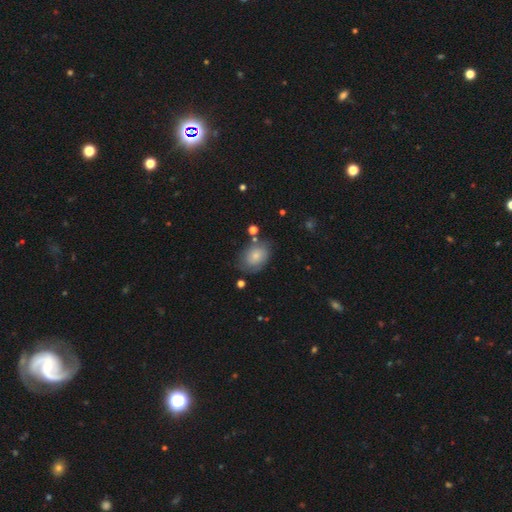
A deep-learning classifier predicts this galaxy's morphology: Smooth or featured?
  - smooth: 67% *
  - featured or disk: 25%
  - star or artifact: 9%
How rounded?
  - in between: 68% *
  - round: 31%
  - cigar-shaped: 1%
Merging?
  - none: 62% *
  - minor disturbance: 25%
  - major disturbance: 9%
  - merger: 4%